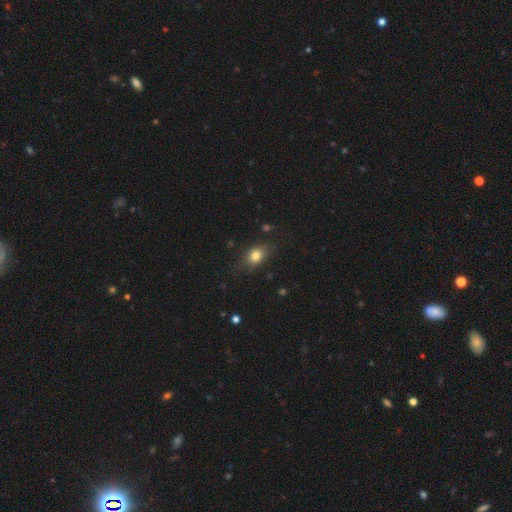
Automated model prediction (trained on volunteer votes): Smooth or featured?
  - smooth: 79% *
  - star or artifact: 11%
  - featured or disk: 10%
How rounded?
  - in between: 65% *
  - round: 33%
  - cigar-shaped: 2%
Merging?
  - none: 78% *
  - minor disturbance: 16%
  - major disturbance: 5%
  - merger: 2%